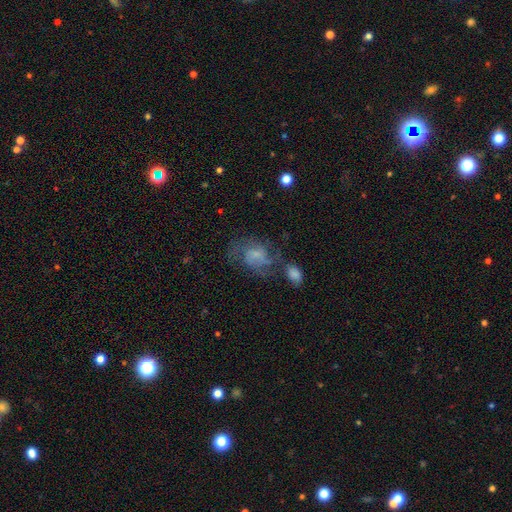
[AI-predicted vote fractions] Q: Smooth or featured?
A: featured or disk (55%); runner-up: smooth (34%)
Q: Edge-on disk?
A: no (98%); runner-up: yes (2%)
Q: Bar?
A: no (64%); runner-up: weak (31%)
Q: Spiral arms?
A: yes (74%); runner-up: no (26%)
Q: Bulge size?
A: small (48%); runner-up: none (29%)
Q: Merging?
A: none (37%); runner-up: major disturbance (29%)